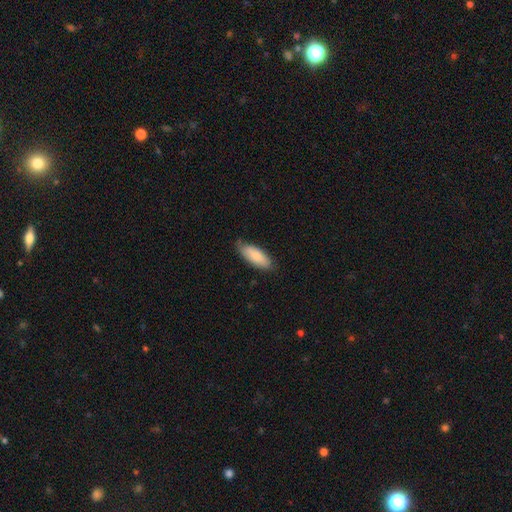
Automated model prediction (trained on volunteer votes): Overall: smooth (85%). How rounded: in between (76%). Merging: none (76%).